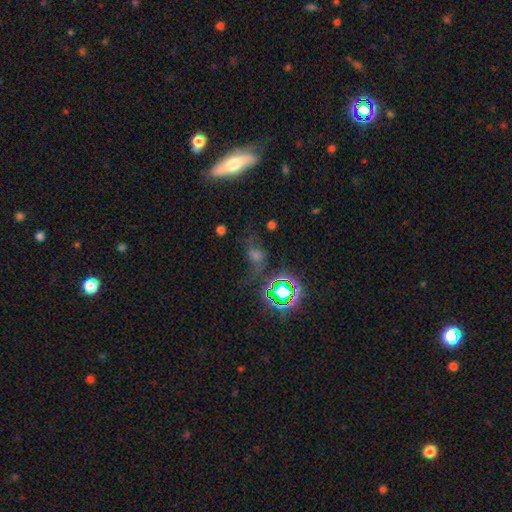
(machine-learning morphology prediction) type=star or artifact (42%).